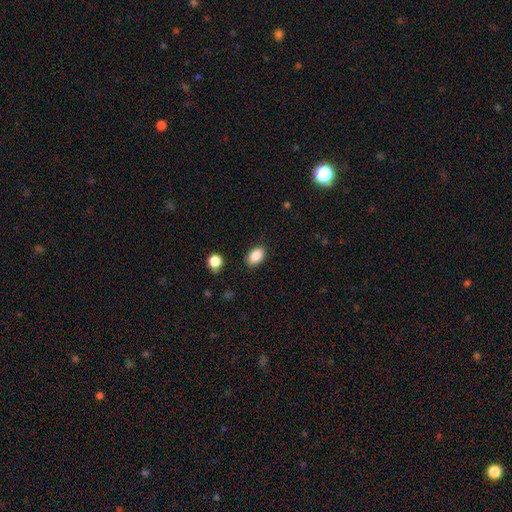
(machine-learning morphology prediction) This is clearly a smooth galaxy (88%). How rounded: clearly in between (89%). Merging: clearly none (86%).